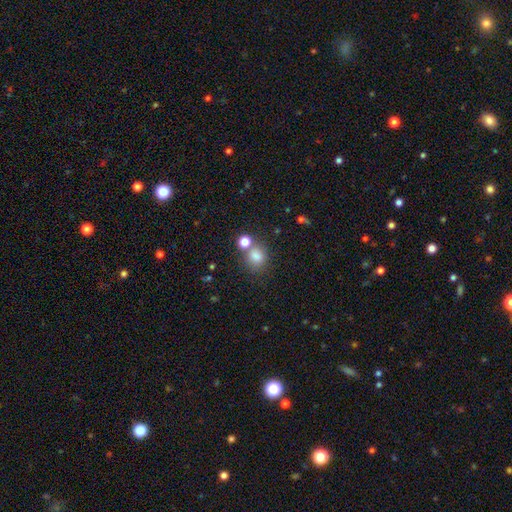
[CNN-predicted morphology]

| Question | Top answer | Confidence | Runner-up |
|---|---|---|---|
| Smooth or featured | smooth | 80% | star or artifact (13%) |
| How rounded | round | 76% | in between (23%) |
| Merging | none | 63% | merger (21%) |